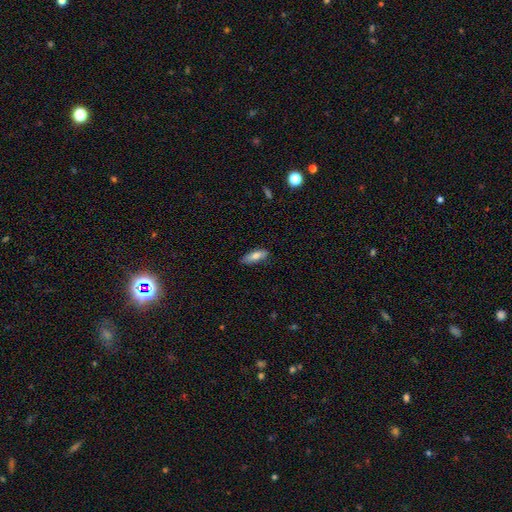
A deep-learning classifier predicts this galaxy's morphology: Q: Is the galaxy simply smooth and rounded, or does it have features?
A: smooth — 77%.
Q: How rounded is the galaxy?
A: in between — 59%.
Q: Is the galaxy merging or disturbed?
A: none — 80%.